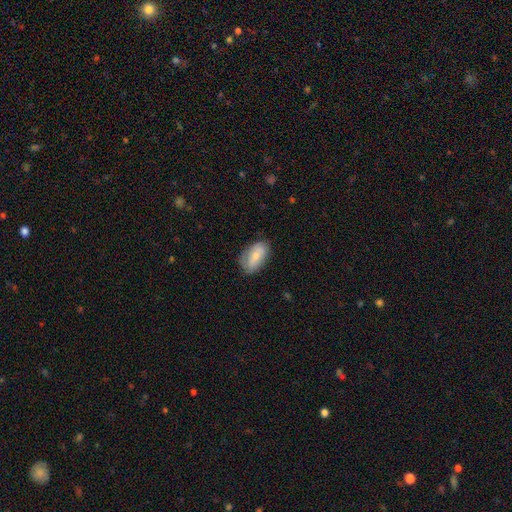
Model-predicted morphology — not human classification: Smooth or featured? Predicted: smooth (p=0.70). How rounded? Predicted: in between (p=0.92). Merging? Predicted: none (p=0.73).